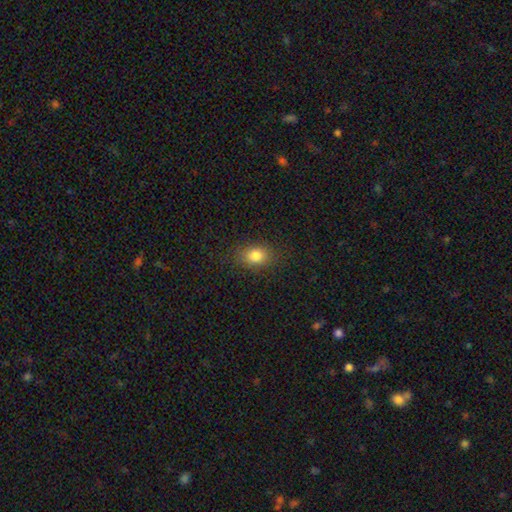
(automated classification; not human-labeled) The model was most divided on "how rounded": in between: 69%, round: 30%, cigar-shaped: 1%. More confident: merging — none (85%); smooth or featured — smooth (82%).